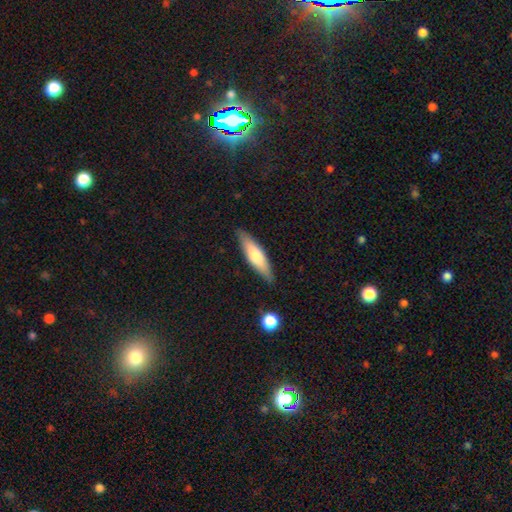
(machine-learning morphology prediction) Overall: smooth (59%; featured or disk 35%). How rounded: cigar-shaped (69%; in between 29%). Merging: none (87%).